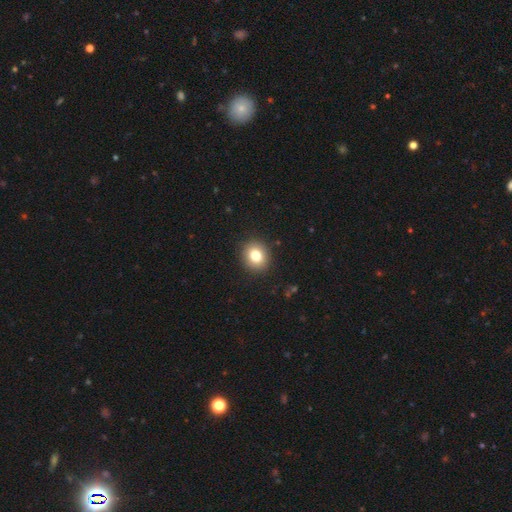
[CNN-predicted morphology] Overall: smooth (80%). How rounded: round (72%). Merging: none (91%).